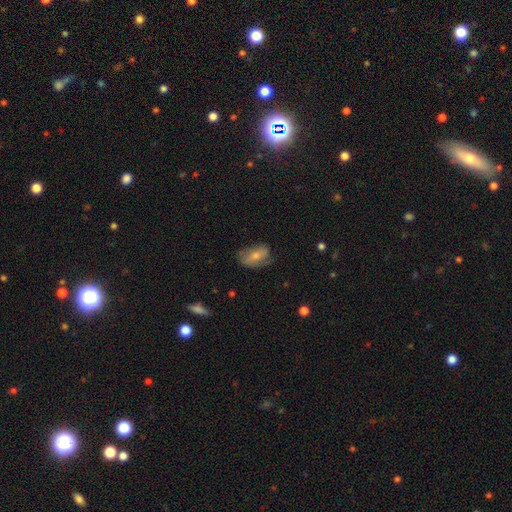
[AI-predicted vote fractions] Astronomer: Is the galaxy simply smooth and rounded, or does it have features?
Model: smooth — 61%.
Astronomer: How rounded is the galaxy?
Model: in between — 90%.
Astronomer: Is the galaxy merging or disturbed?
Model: none — 59%.